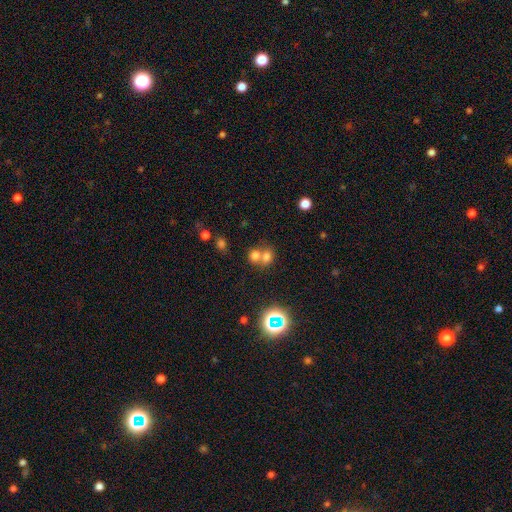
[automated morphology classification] Smooth or featured? smooth (69%)
How rounded? round (69%)
Merging? merger (56%)